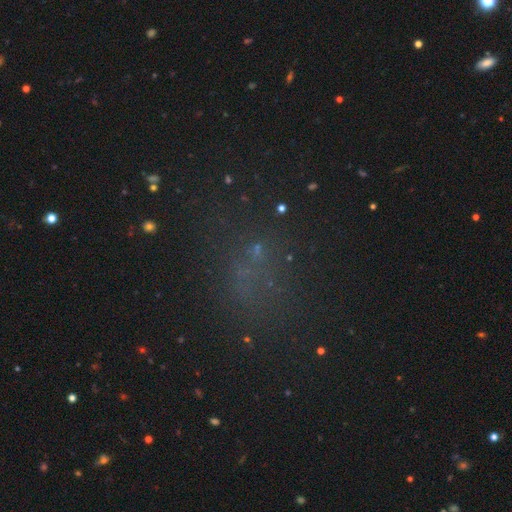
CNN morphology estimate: Smooth or featured? star or artifact (49%)